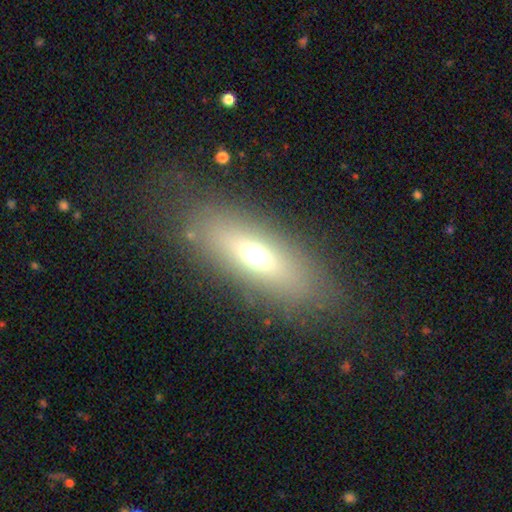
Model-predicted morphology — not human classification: This appears to be a smooth galaxy with no disk features (59%) that is in between round and cigar-shaped (64%). Merging: none (79%).